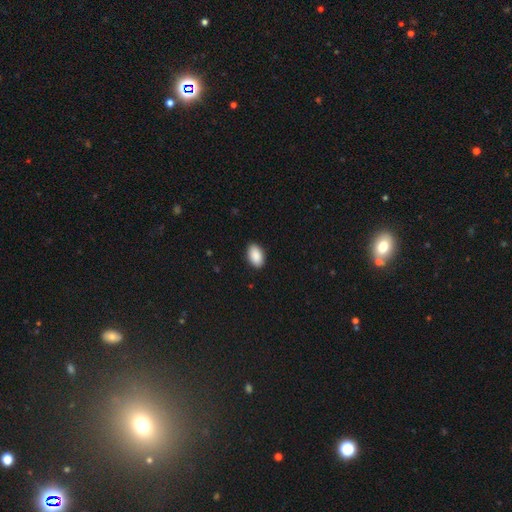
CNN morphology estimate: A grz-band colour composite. It shows a smooth galaxy with no disk features (91%) that is in between round and cigar-shaped (94%). Merging: none (90%).